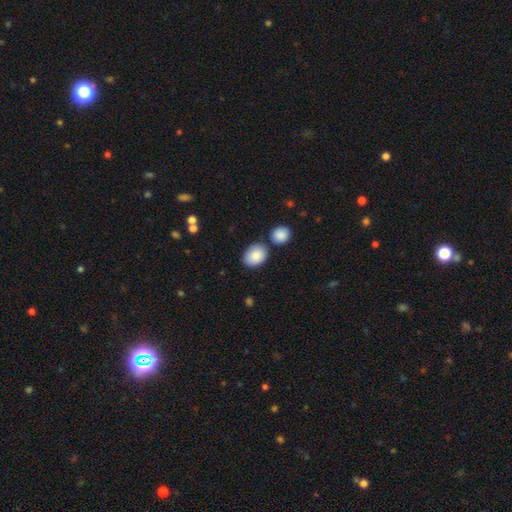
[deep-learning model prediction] smooth 87%, star or artifact 7%, featured or disk 6%. Down the decision tree: how rounded — in between (69%); merging — none (71%).